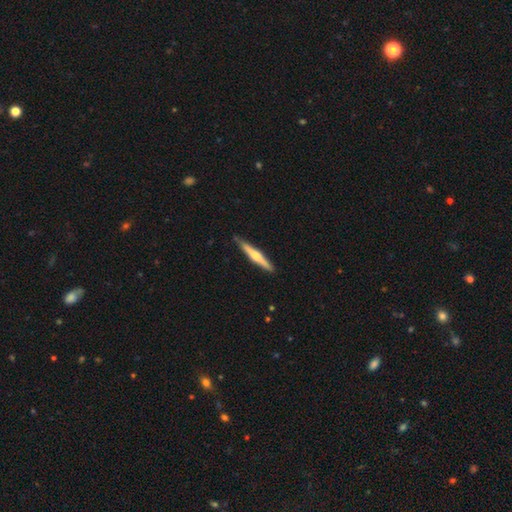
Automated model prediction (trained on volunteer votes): Smooth or featured? featured or disk (58%)
Edge-on disk? yes (98%)
Edge-on bulge? rounded (78%)
Merging? none (87%)